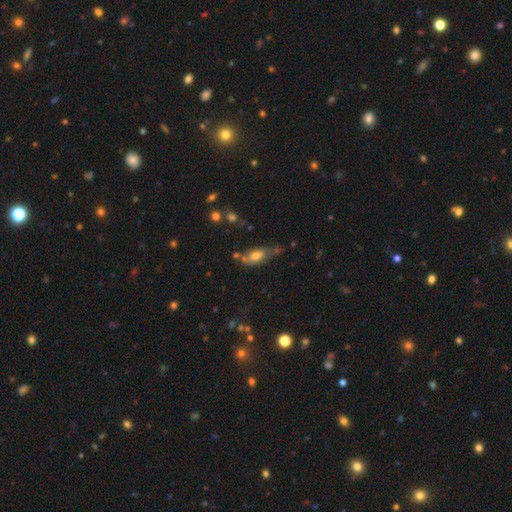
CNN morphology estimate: Smooth or featured?
  - smooth: 66% *
  - featured or disk: 24%
  - star or artifact: 10%
How rounded?
  - in between: 87% *
  - cigar-shaped: 8%
  - round: 5%
Merging?
  - none: 44% *
  - minor disturbance: 27%
  - merger: 18%
  - major disturbance: 11%